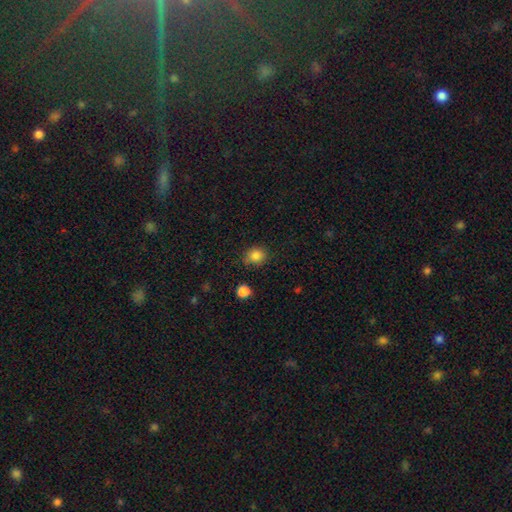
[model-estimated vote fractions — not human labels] This is clearly a smooth galaxy (84%). How rounded: likely round (78%). Merging: likely none (77%).